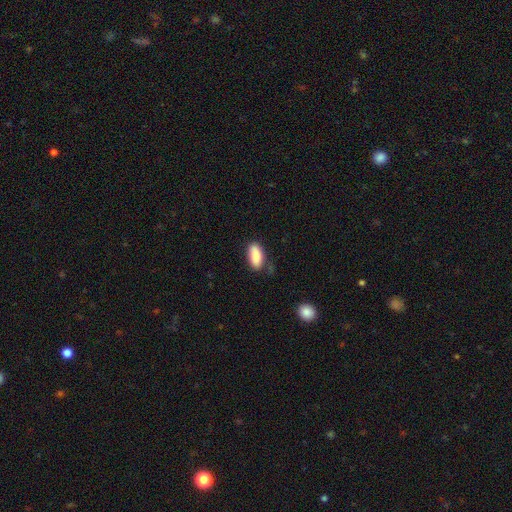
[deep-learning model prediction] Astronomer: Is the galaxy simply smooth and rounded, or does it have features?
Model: smooth — 87%.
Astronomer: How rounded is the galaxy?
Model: in between — 87%.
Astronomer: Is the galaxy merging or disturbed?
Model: none — 71%.